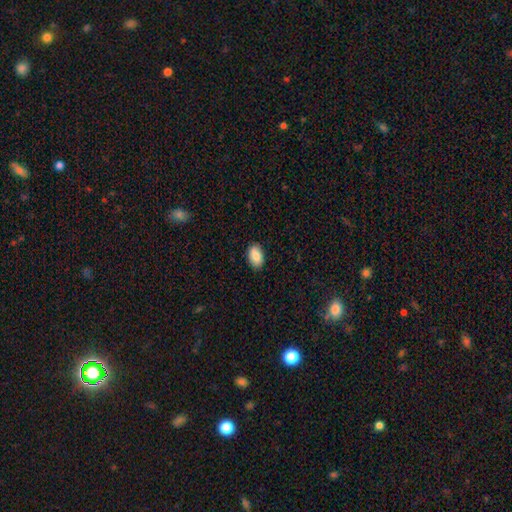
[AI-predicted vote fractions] smooth 86%, featured or disk 7%, star or artifact 7%. Down the decision tree: how rounded — in between (92%); merging — none (87%).